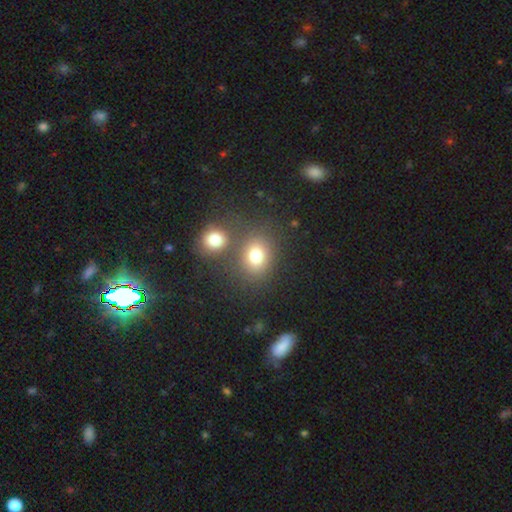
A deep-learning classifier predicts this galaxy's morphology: type=smooth (76%); roundness=round (57%); merging=none (56%).